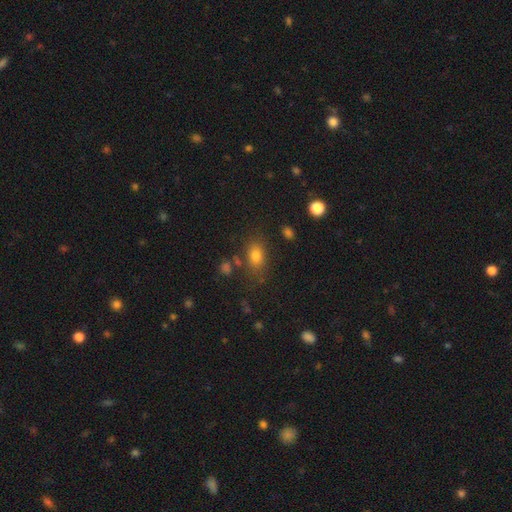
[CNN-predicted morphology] Smooth or featured?
  - smooth: 77% *
  - star or artifact: 13%
  - featured or disk: 10%
How rounded?
  - in between: 74% *
  - round: 23%
  - cigar-shaped: 2%
Merging?
  - none: 72% *
  - minor disturbance: 15%
  - merger: 7%
  - major disturbance: 6%